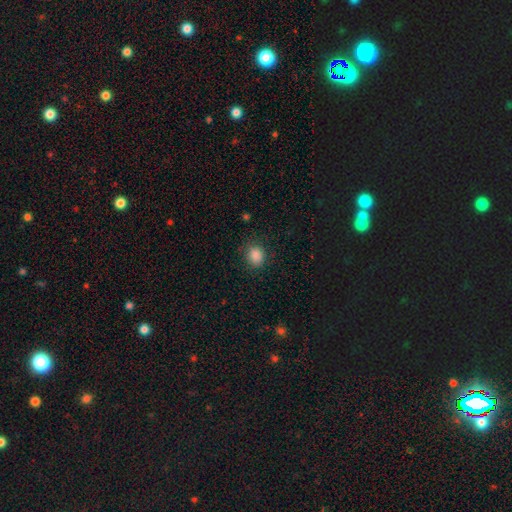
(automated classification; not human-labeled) Morphology: type=smooth (86%); roundness=round (62%); merging=none (83%).